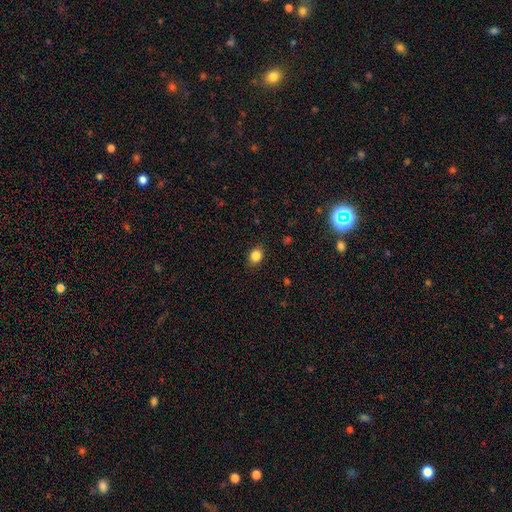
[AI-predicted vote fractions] smooth-or-featured: smooth: 85% | star or artifact: 11% | featured or disk: 4%
  how-rounded: round: 53% | in between: 46% | cigar-shaped: 1%
  merging: none: 88% | minor disturbance: 9% | major disturbance: 2% | merger: 1%